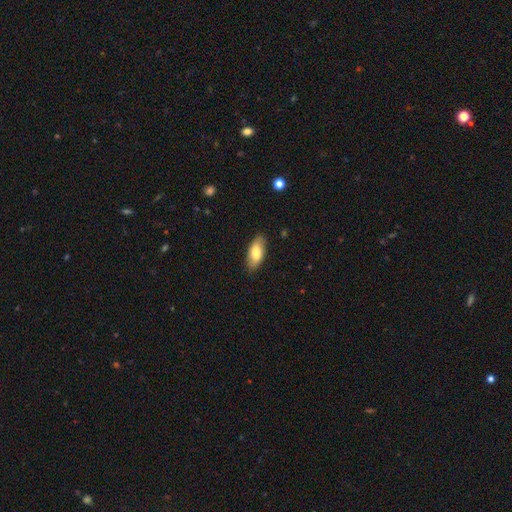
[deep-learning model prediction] The model was most divided on "smooth or featured": smooth: 78%, featured or disk: 16%, star or artifact: 6%. More confident: how rounded — in between (85%); merging — none (84%).